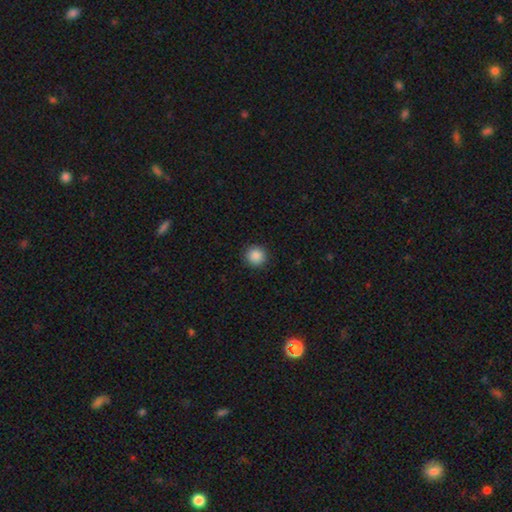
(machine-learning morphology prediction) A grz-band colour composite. It shows a smooth galaxy with no disk features (88%) that is round (95%). Merging: none (92%).